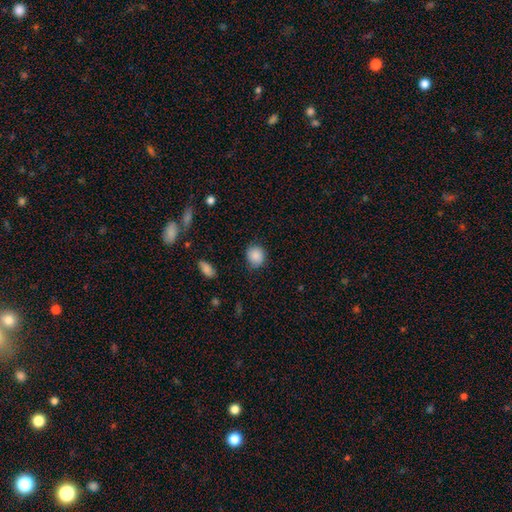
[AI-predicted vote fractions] This is clearly a smooth galaxy (87%). How rounded: likely round (78%). Merging: clearly none (82%).